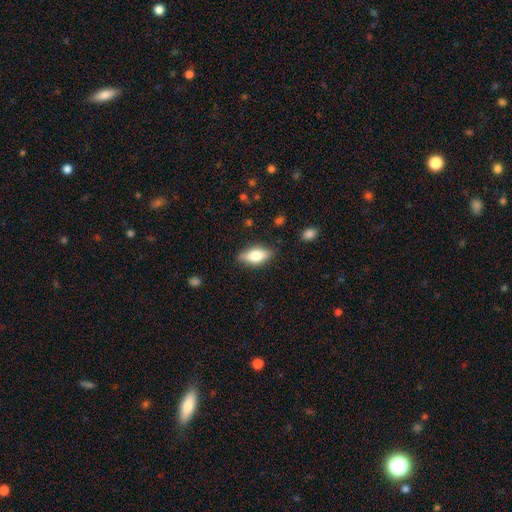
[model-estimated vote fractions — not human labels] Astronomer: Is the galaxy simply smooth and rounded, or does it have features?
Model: smooth — 72%.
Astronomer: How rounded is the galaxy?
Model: in between — 82%.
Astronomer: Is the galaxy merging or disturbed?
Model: none — 83%.